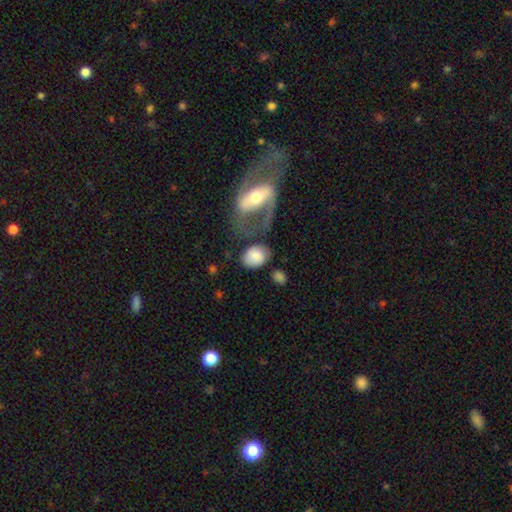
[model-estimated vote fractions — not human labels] Smooth or featured: smooth — 73% (featured or disk — 20%)
How rounded: in between — 66% (round — 33%)
Merging: none — 53% (minor disturbance — 17%)